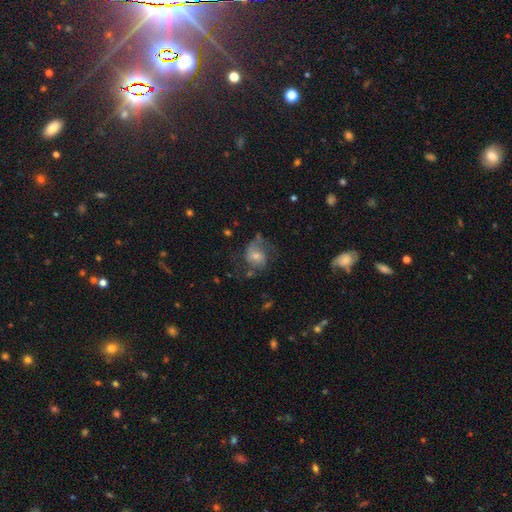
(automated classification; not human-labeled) The model was most divided on "smooth or featured": featured or disk: 51%, smooth: 40%, star or artifact: 9%. Remaining: edge-on disk — no (97%); merging — none (46%).